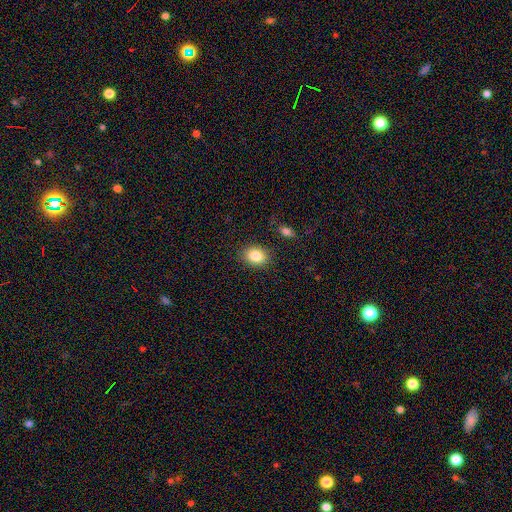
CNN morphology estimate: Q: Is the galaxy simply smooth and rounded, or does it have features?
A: smooth — 84%.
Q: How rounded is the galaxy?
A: in between — 61%.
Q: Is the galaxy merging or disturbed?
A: none — 86%.